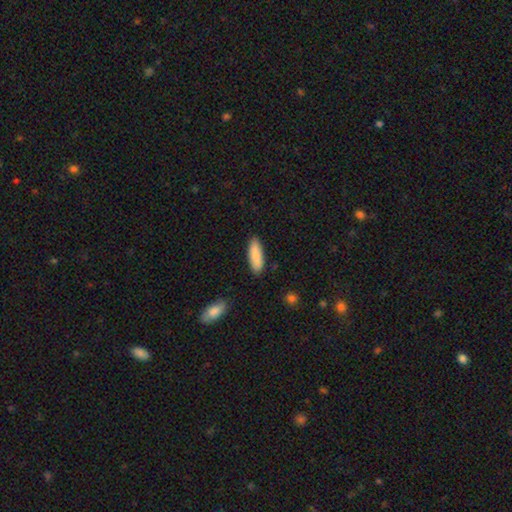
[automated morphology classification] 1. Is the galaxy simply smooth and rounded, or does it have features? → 86% smooth, 8% featured or disk, 6% star or artifact.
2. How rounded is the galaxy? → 53% in between, 46% cigar-shaped, 2% round.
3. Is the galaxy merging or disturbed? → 87% none, 10% minor disturbance, 2% major disturbance, 2% merger.